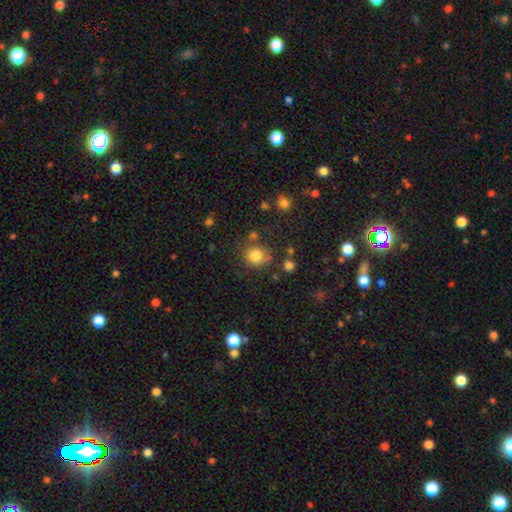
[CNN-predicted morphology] A smooth galaxy with no disk features (82%) that is round (85%). Merging: none (71%).